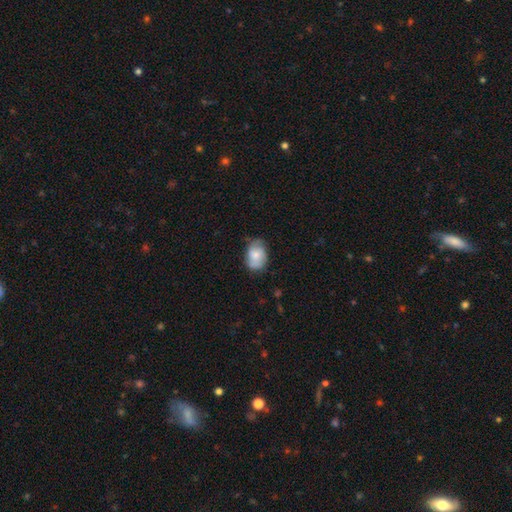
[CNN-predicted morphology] Q: Smooth or featured?
A: smooth (71%); runner-up: featured or disk (22%)
Q: How rounded?
A: in between (76%); runner-up: round (23%)
Q: Merging?
A: none (60%); runner-up: minor disturbance (31%)